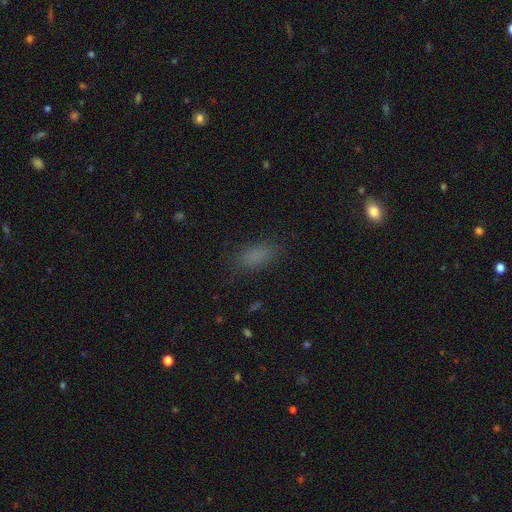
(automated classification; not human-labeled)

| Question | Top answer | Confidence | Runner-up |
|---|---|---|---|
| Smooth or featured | smooth | 81% | star or artifact (14%) |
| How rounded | in between | 81% | cigar-shaped (15%) |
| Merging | none | 80% | minor disturbance (13%) |